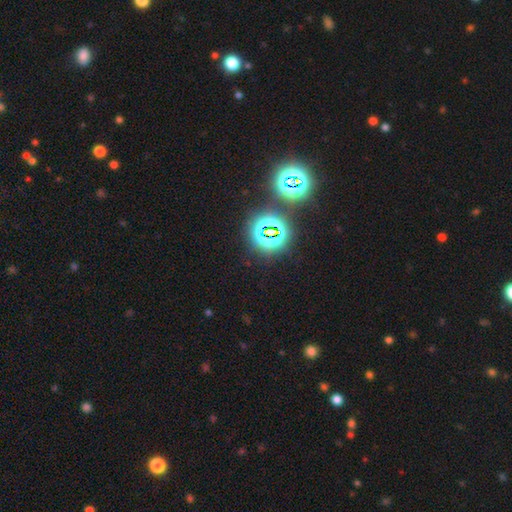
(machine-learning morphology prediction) Smooth or featured?
  - star or artifact: 79% *
  - smooth: 13%
  - featured or disk: 8%